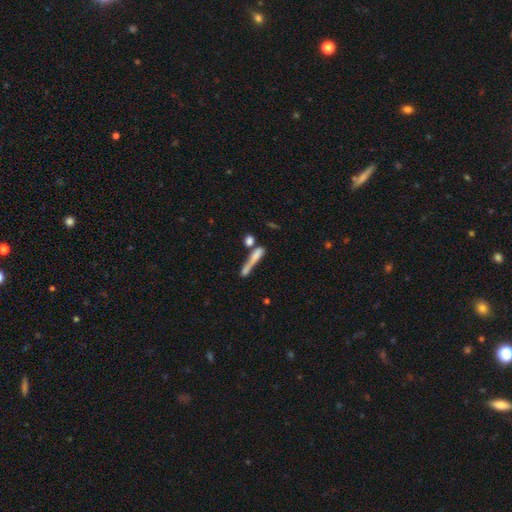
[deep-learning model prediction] Morphology: type=smooth (61%); roundness=cigar-shaped (80%); merging=merger (40%).